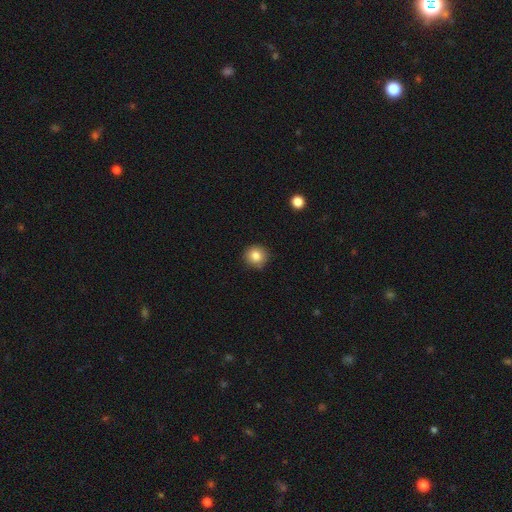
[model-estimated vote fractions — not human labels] Smooth or featured: smooth — 84% (star or artifact — 10%)
How rounded: round — 90% (in between — 9%)
Merging: none — 86% (minor disturbance — 10%)